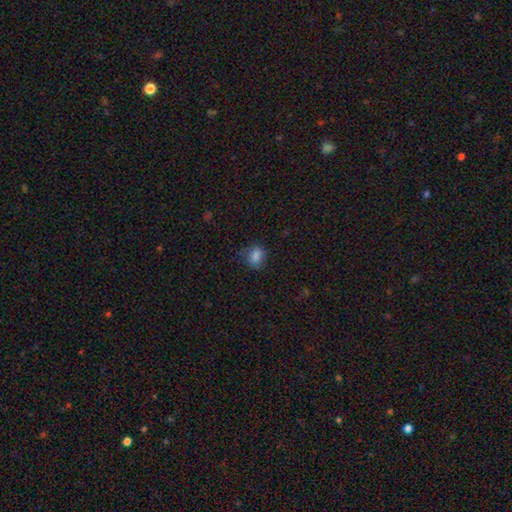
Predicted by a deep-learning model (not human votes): smooth 82%, star or artifact 12%, featured or disk 6%. Down the decision tree: how rounded — in between (50%); merging — none (66%).